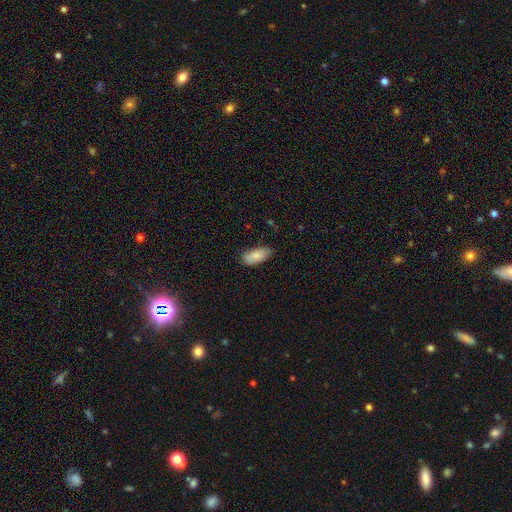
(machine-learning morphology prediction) This is clearly a smooth galaxy (83%). How rounded: clearly in between (89%). Merging: likely none (77%).